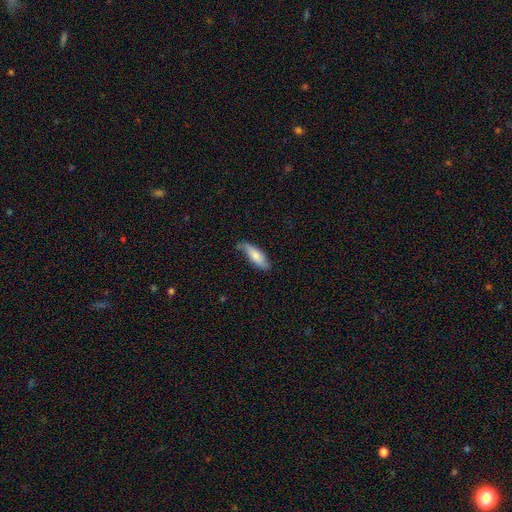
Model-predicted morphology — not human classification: type=smooth (75%); roundness=in between (52%); merging=none (67%).